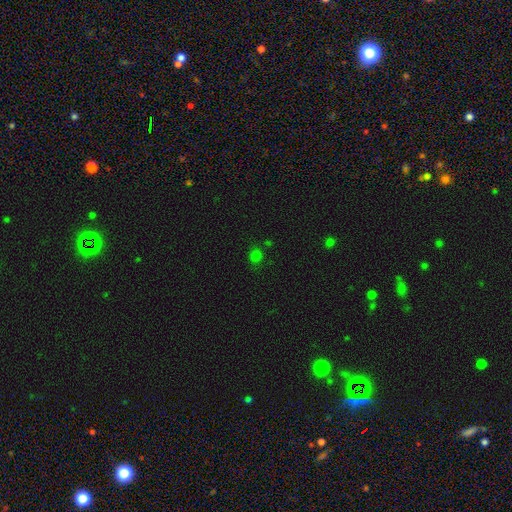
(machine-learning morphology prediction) This appears to be a smooth galaxy with no disk features (71%) that is round (78%). Merging: none (82%).